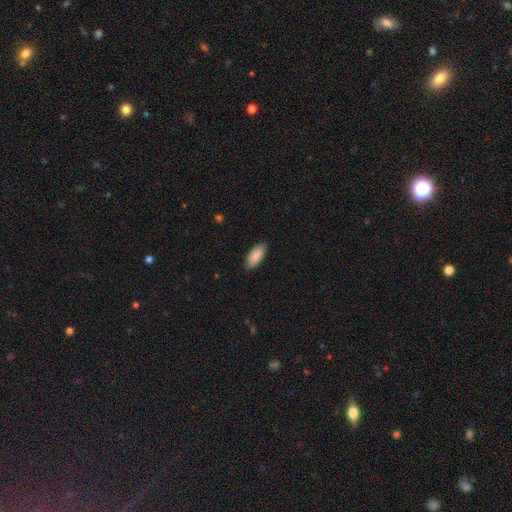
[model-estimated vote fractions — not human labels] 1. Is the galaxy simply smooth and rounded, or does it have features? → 90% smooth, 5% star or artifact, 5% featured or disk.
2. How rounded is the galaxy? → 86% in between, 13% cigar-shaped, 2% round.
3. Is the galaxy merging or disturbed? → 88% none, 9% minor disturbance, 2% major disturbance, 1% merger.